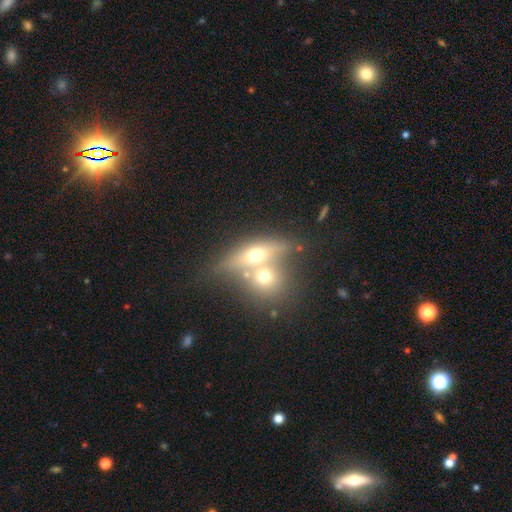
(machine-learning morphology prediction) type=smooth (50%); merging=merger (62%).